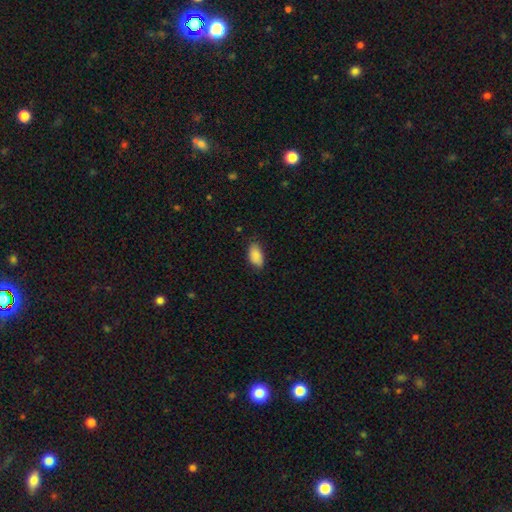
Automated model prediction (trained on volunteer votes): smooth_or_featured: smooth (p=0.89) [alt: star or artifact p=0.07]
how_rounded: in between (p=0.93) [alt: round p=0.04]
merging: none (p=0.76) [alt: minor disturbance p=0.19]